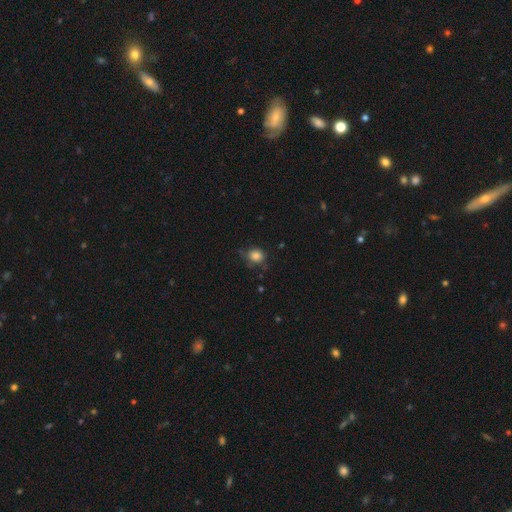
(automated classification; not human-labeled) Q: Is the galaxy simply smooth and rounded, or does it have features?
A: smooth — 84%.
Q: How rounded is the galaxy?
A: round — 75%.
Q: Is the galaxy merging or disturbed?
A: none — 69%.